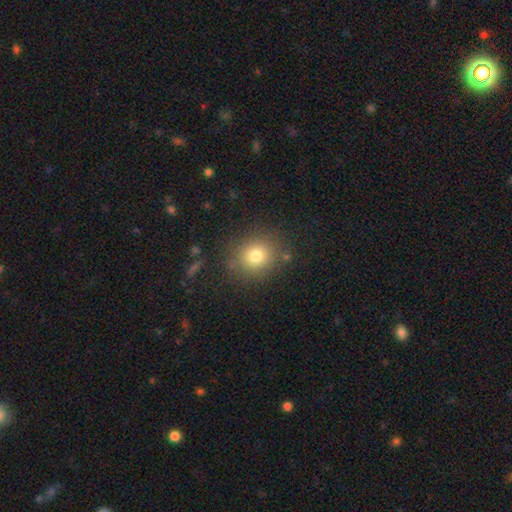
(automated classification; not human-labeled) Q: Smooth or featured?
A: smooth (77%); runner-up: star or artifact (14%)
Q: How rounded?
A: round (81%); runner-up: in between (18%)
Q: Merging?
A: none (83%); runner-up: minor disturbance (10%)